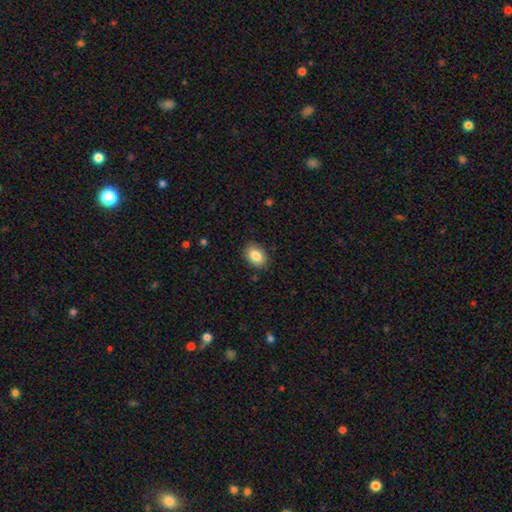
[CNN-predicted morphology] This is clearly a smooth galaxy (85%). How rounded: likely in between (78%). Merging: clearly none (87%).